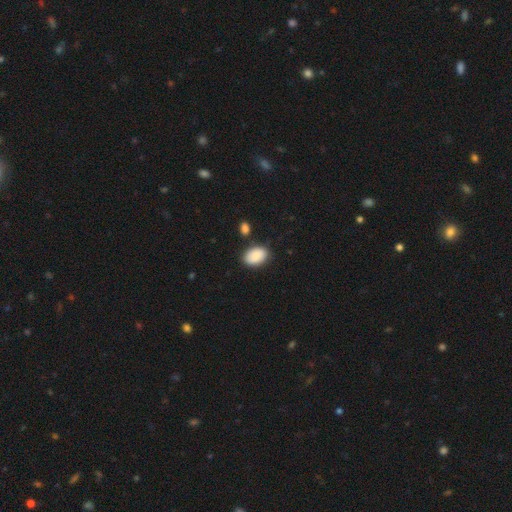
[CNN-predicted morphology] This is clearly a smooth galaxy (89%). How rounded: clearly in between (89%). Merging: likely none (80%).